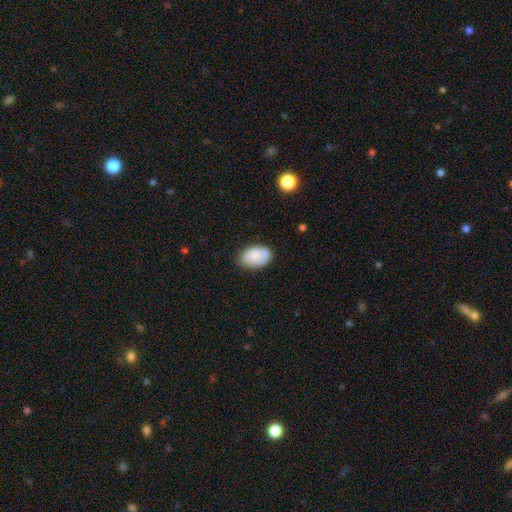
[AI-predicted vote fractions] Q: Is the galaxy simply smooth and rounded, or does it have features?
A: smooth — 80%.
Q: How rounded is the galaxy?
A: in between — 90%.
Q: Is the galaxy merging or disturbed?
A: none — 68%.